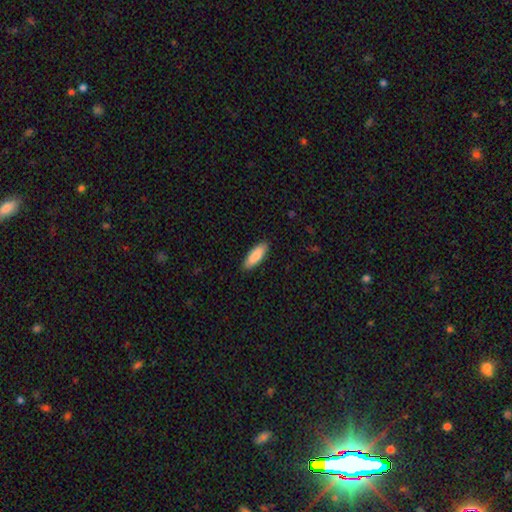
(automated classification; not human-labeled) Smooth or featured: smooth — 87% (featured or disk — 7%)
How rounded: in between — 63% (cigar-shaped — 36%)
Merging: none — 88% (minor disturbance — 9%)